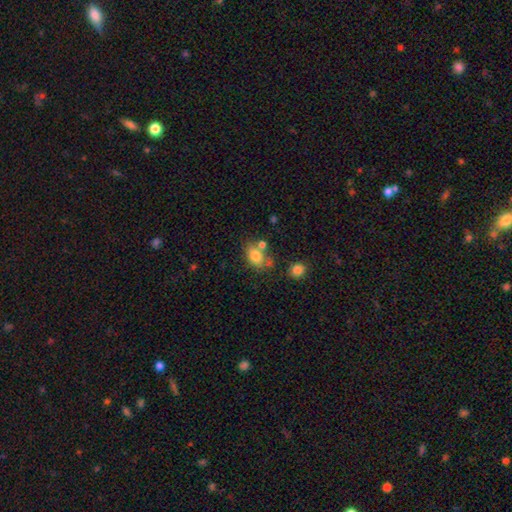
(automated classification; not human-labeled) Smooth or featured: smooth — 78% (featured or disk — 12%)
How rounded: in between — 74% (round — 25%)
Merging: none — 52% (merger — 22%)